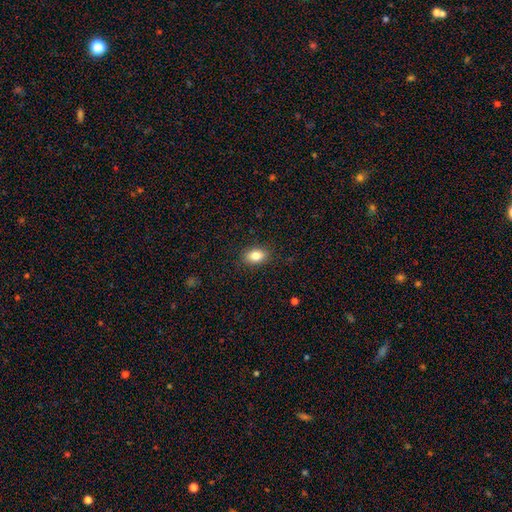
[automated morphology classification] smooth-or-featured: smooth: 84% | star or artifact: 9% | featured or disk: 8%
  how-rounded: in between: 85% | round: 14% | cigar-shaped: 1%
  merging: none: 88% | minor disturbance: 9% | major disturbance: 2% | merger: 1%